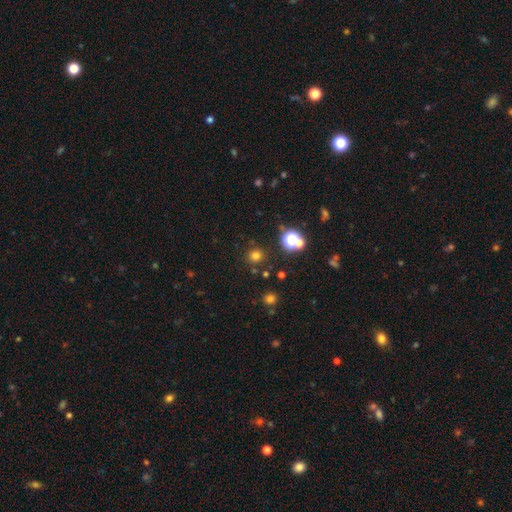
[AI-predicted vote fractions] Smooth or featured? Predicted: smooth (p=0.71). How rounded? Predicted: round (p=0.91). Merging? Predicted: none (p=0.85).